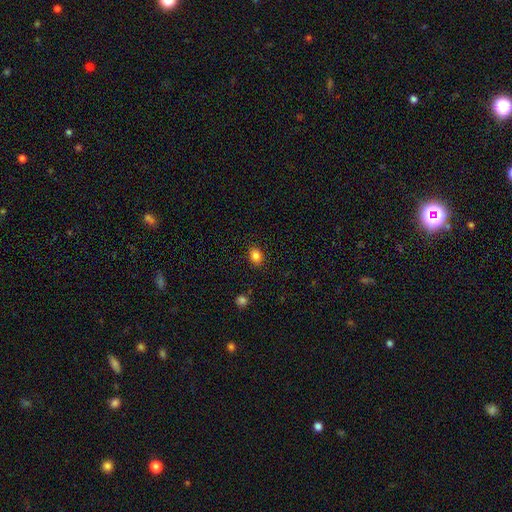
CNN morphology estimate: This is clearly a smooth galaxy (83%). How rounded: possibly in between (59%). Merging: clearly none (88%).